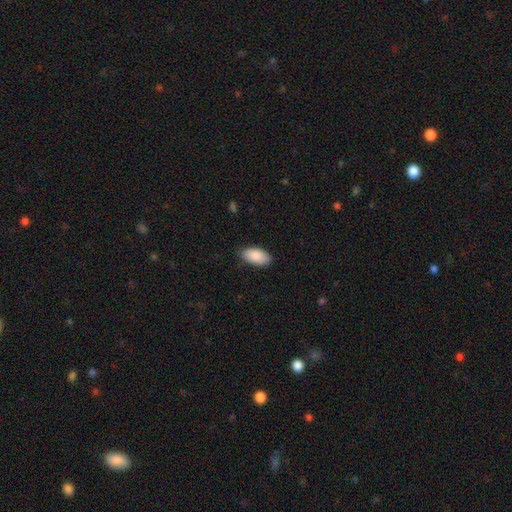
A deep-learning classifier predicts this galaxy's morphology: Smooth or featured? Predicted: smooth (p=0.90). How rounded? Predicted: in between (p=0.95). Merging? Predicted: none (p=0.85).